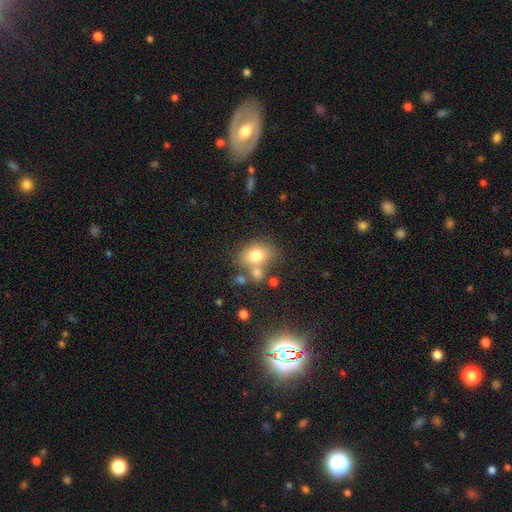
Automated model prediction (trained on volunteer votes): Overall: smooth (75%). How rounded: in between (60%; round 39%). Merging: none (54%; merger 24%).